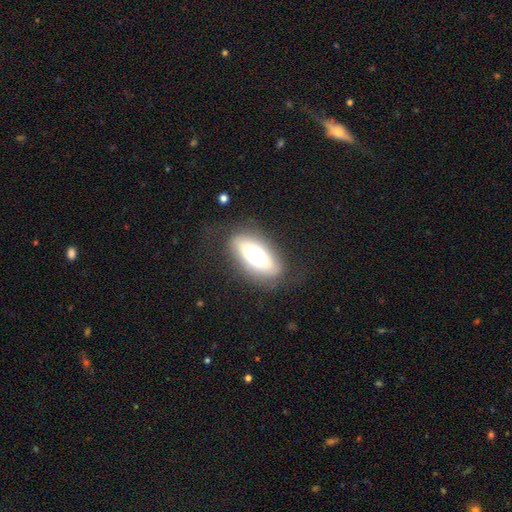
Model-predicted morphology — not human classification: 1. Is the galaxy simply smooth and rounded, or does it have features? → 58% smooth, 33% featured or disk, 9% star or artifact.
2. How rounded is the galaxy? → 77% in between, 19% cigar-shaped, 4% round.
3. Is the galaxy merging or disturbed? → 75% none, 15% minor disturbance, 8% major disturbance, 2% merger.